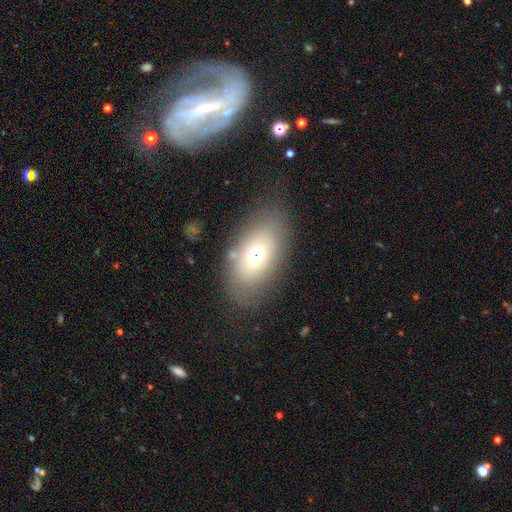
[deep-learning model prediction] This is likely a smooth galaxy (65%). How rounded: clearly in between (83%). Merging: likely none (76%).